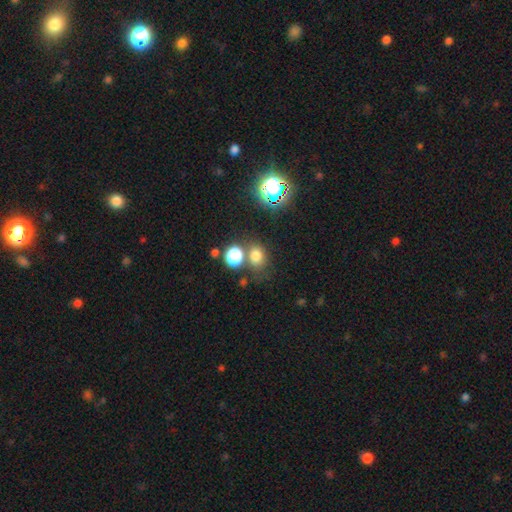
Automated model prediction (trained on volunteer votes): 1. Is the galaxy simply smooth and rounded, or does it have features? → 72% smooth, 20% star or artifact, 7% featured or disk.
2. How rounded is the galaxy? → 57% round, 42% in between, 1% cigar-shaped.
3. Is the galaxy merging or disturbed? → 66% none, 18% merger, 12% minor disturbance, 5% major disturbance.